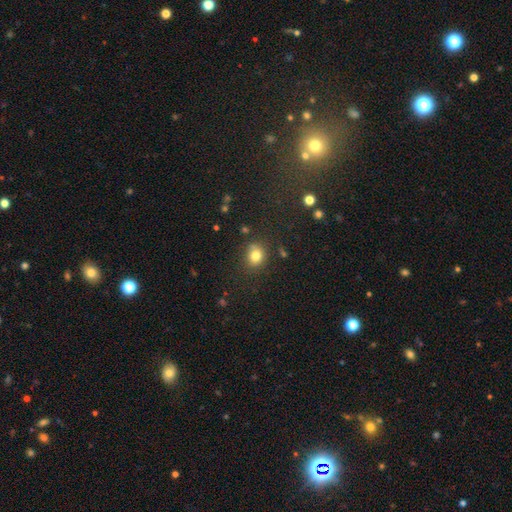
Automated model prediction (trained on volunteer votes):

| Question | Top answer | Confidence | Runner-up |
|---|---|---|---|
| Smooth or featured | smooth | 80% | star or artifact (13%) |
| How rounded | round | 64% | in between (35%) |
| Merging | none | 77% | minor disturbance (15%) |